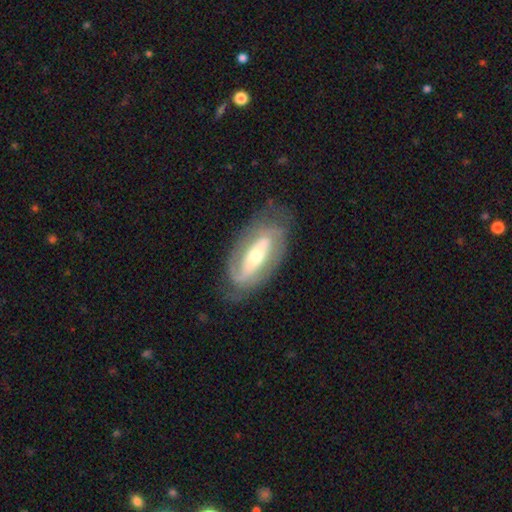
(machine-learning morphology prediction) Smooth or featured? Predicted: featured or disk (p=0.81). Edge-on disk? Predicted: no (p=0.91). Bar? Predicted: strong (p=0.53). Spiral arms? Predicted: yes (p=0.85). Spiral winding? Predicted: tight (p=0.51). Spiral arm count? Predicted: 2 (p=0.74). Bulge size? Predicted: moderate (p=0.58). Merging? Predicted: none (p=0.78).